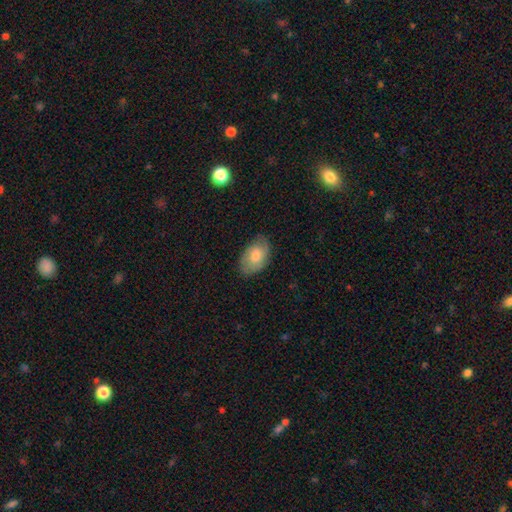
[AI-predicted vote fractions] This appears to be a smooth galaxy with no disk features (65%) that is in between round and cigar-shaped (89%). Merging: none (77%).